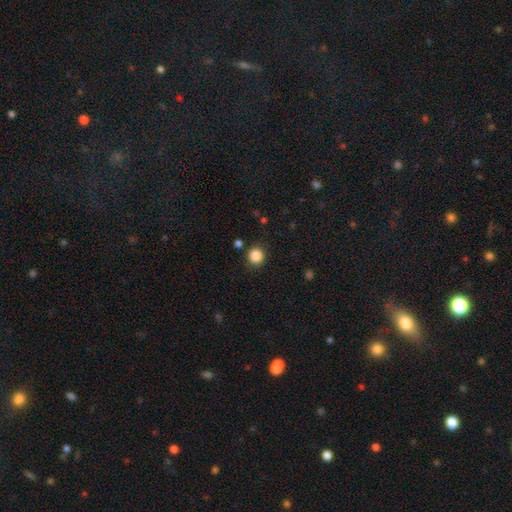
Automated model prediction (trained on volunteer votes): This is clearly a smooth galaxy (86%). How rounded: clearly round (91%). Merging: clearly none (89%).